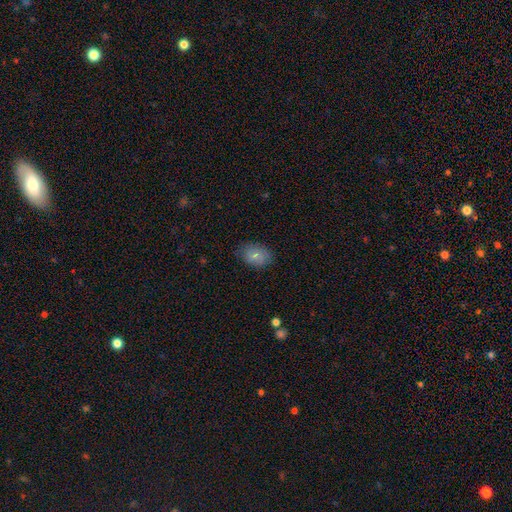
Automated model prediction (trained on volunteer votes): Overall: smooth (79%). How rounded: in between (77%). Merging: none (78%).